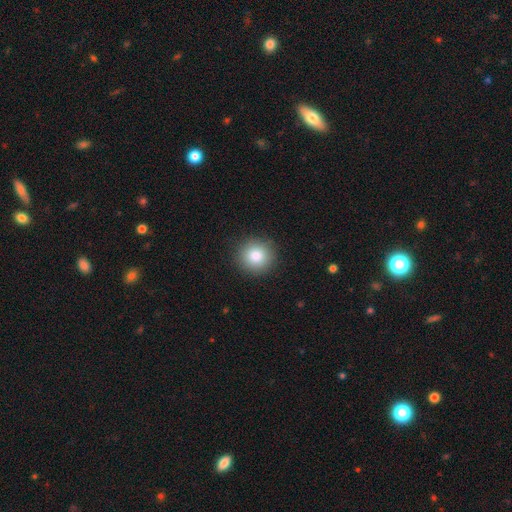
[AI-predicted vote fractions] This is clearly a smooth galaxy (83%). How rounded: clearly round (93%). Merging: clearly none (91%).